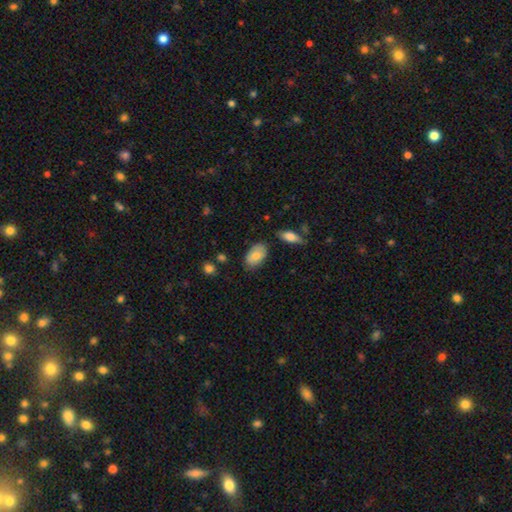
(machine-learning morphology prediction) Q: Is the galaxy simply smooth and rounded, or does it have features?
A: smooth — 77%.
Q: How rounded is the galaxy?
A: in between — 92%.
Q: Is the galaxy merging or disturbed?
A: none — 76%.